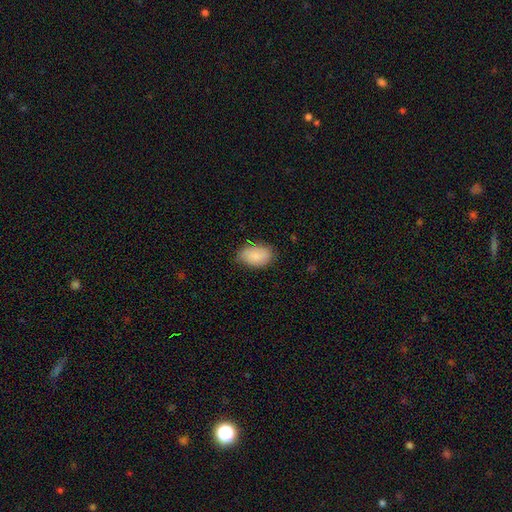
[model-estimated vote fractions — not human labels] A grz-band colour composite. It shows a smooth galaxy with no disk features (83%) that is in between round and cigar-shaped (90%). Merging: none (70%).